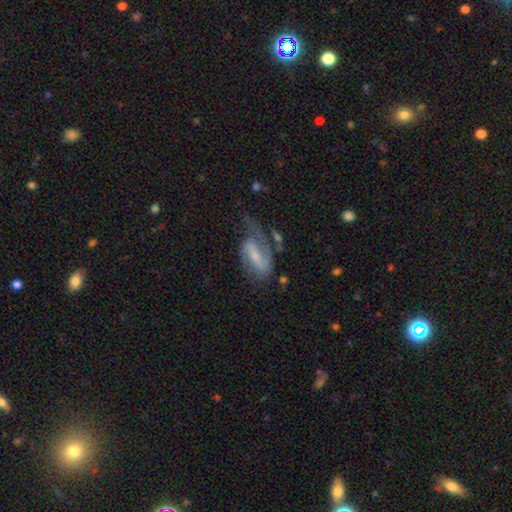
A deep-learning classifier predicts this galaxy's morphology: featured or disk 76%, smooth 18%, star or artifact 6%. Down the decision tree: edge-on disk — no (95%); bar — strong (42%); spiral arms — yes (90%); spiral arm count — 2 (68%); spiral winding — medium (44%); bulge size — small (51%); merging — none (43%).